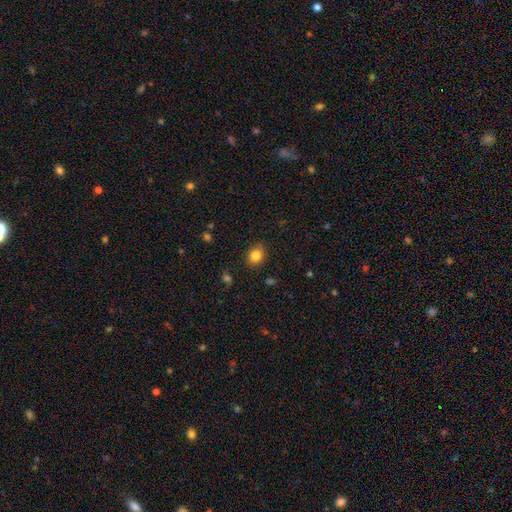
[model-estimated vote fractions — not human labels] Overall: smooth (83%). How rounded: round (59%; in between 40%). Merging: none (86%).